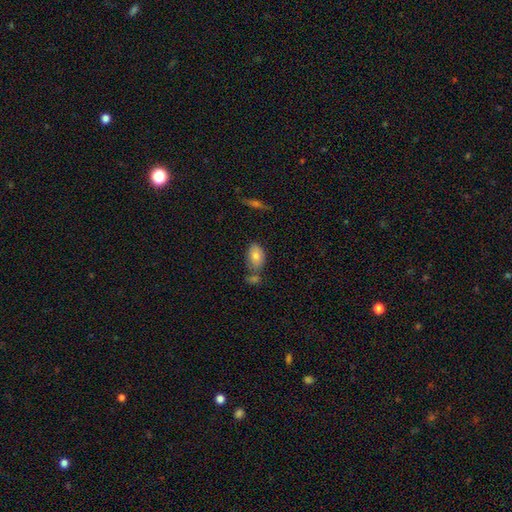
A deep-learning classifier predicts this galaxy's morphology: Smooth or featured? smooth (76%)
How rounded? in between (89%)
Merging? none (59%)